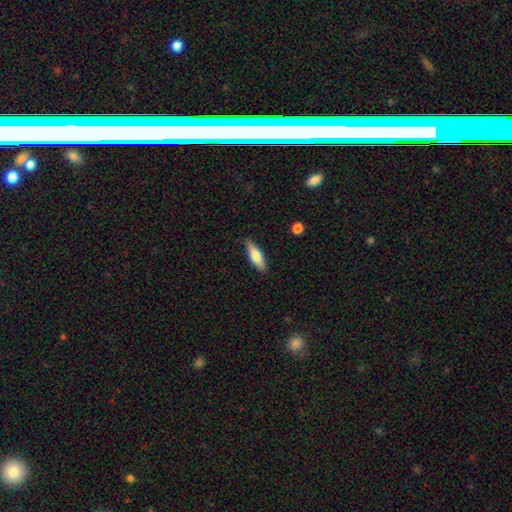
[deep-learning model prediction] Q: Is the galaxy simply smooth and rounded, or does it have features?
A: smooth — 72%.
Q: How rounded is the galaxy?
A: cigar-shaped — 52%.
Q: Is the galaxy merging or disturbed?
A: none — 85%.